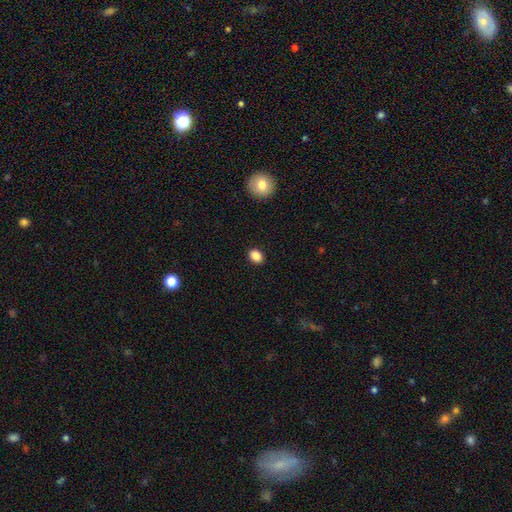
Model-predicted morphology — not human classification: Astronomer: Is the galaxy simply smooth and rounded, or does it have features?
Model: smooth — 86%.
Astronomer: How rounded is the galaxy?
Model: in between — 62% (runner-up: round, 37%).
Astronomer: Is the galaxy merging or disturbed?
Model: none — 90%.